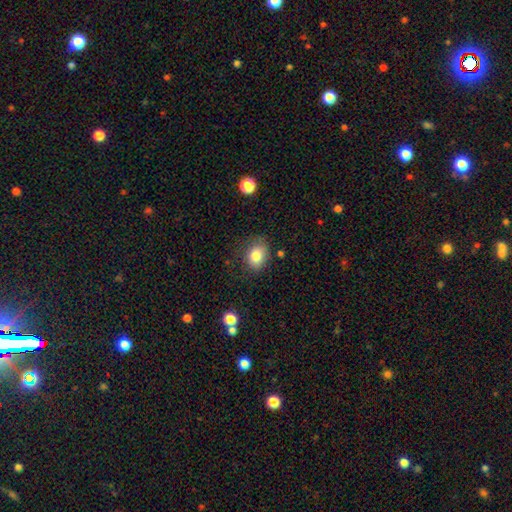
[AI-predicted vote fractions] This is clearly a smooth galaxy (81%). How rounded: possibly in between (58%). Merging: likely none (74%).